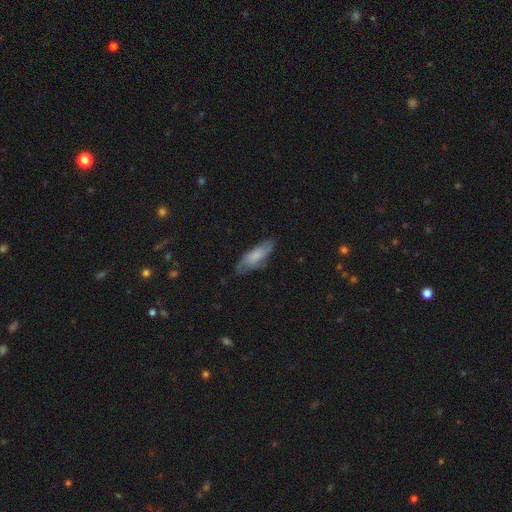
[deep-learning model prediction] Overall: smooth (61%; featured or disk 33%). How rounded: in between (61%; cigar-shaped 37%). Merging: none (69%).